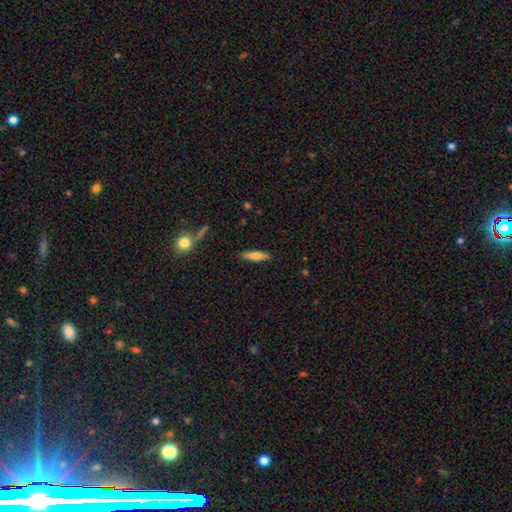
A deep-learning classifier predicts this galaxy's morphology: A smooth galaxy with no disk features (67%) that is cigar-shaped (75%).

Vote fractions:
- Smooth or featured? smooth: 67% / featured or disk: 26% / star or artifact: 7%
- How rounded? cigar-shaped: 75% / in between: 23% / round: 2%
- Merging? none: 88% / minor disturbance: 9% / major disturbance: 2% / merger: 1%